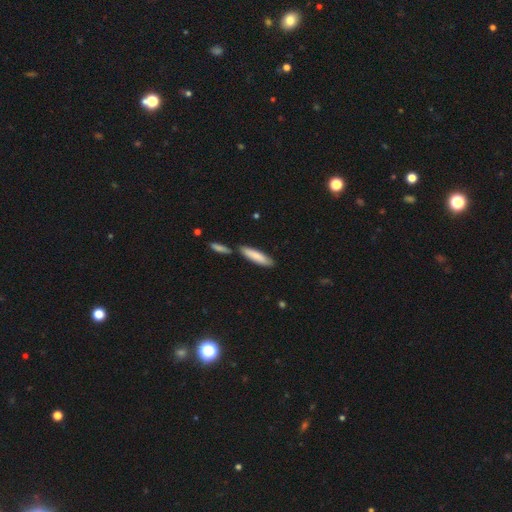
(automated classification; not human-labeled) Smooth or featured?
  - smooth: 81% *
  - featured or disk: 14%
  - star or artifact: 5%
How rounded?
  - cigar-shaped: 75% *
  - in between: 24%
  - round: 1%
Merging?
  - none: 70% *
  - merger: 15%
  - minor disturbance: 12%
  - major disturbance: 3%